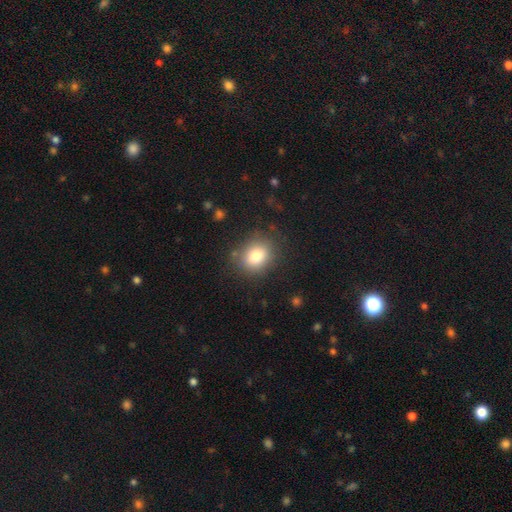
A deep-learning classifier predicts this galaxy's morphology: This is likely a smooth galaxy (80%). How rounded: possibly round (59%). Merging: clearly none (80%).